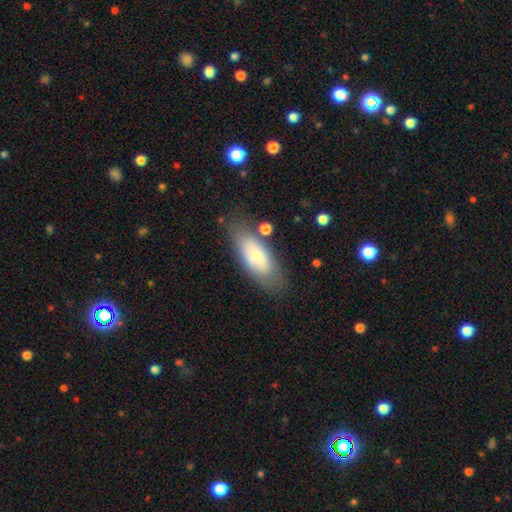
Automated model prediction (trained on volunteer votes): Q: Smooth or featured?
A: smooth (72%); runner-up: featured or disk (21%)
Q: How rounded?
A: in between (78%); runner-up: cigar-shaped (20%)
Q: Merging?
A: none (72%); runner-up: minor disturbance (17%)